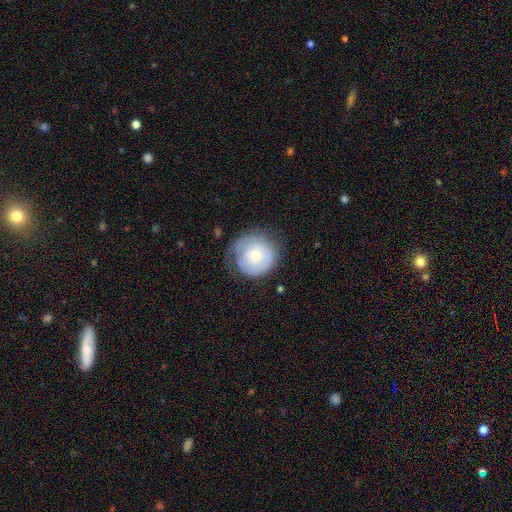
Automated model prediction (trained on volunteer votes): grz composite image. It shows a featured or disk galaxy (48%). Merging: none (55%).